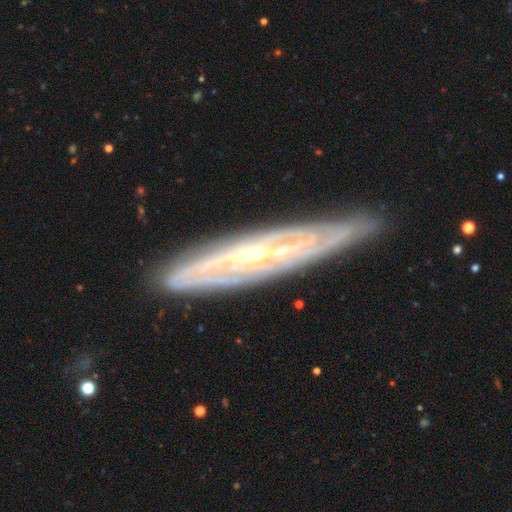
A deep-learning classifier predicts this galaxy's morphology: A featured or disk galaxy (85%). Merging: none (82%).